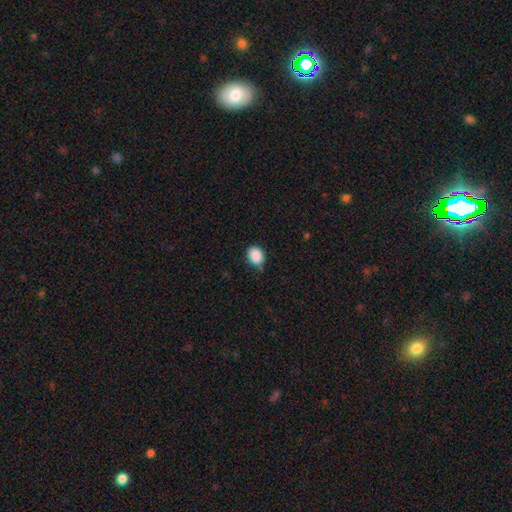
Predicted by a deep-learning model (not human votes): Morphology: type=smooth (88%); roundness=in between (58%); merging=none (78%).